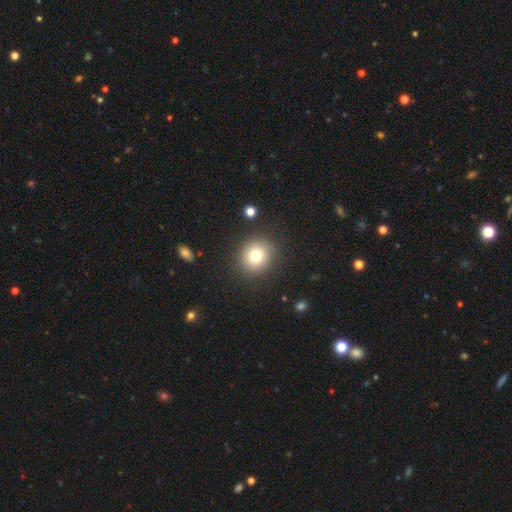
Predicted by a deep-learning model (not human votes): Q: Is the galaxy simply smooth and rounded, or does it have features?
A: smooth — 78%.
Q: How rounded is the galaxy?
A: round — 87%.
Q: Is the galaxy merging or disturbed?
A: none — 88%.